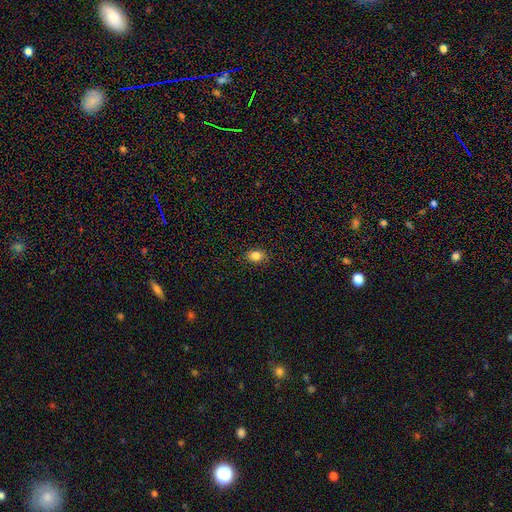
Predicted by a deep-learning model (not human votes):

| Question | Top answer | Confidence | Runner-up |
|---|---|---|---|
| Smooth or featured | smooth | 84% | star or artifact (10%) |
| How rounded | in between | 70% | round (29%) |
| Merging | none | 88% | minor disturbance (9%) |